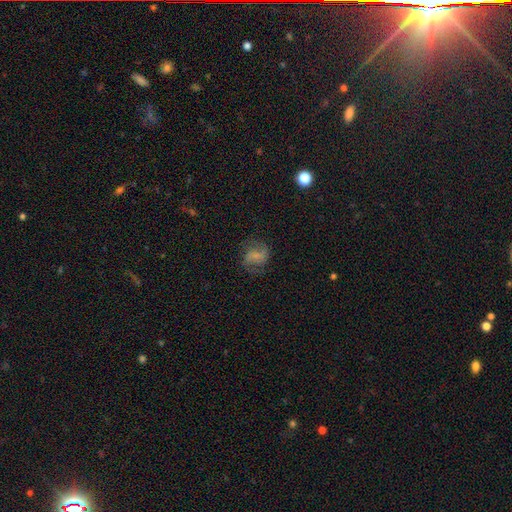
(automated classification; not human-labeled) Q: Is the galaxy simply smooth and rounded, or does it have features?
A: featured or disk — 51%.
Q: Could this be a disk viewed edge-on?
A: no — 97%.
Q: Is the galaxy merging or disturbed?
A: none — 66%.